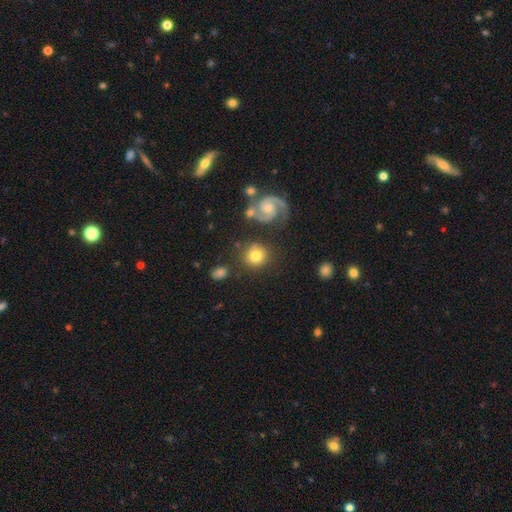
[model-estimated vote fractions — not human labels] smooth-or-featured: smooth: 69% | featured or disk: 23% | star or artifact: 8%
  how-rounded: round: 90% | in between: 9% | cigar-shaped: 1%
  merging: none: 77% | minor disturbance: 10% | merger: 8% | major disturbance: 4%